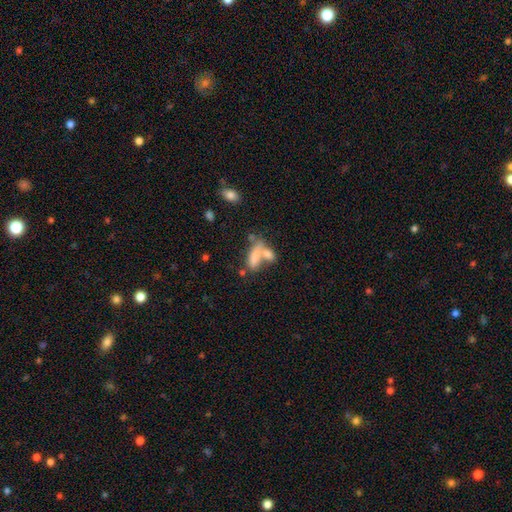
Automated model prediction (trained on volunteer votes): A smooth galaxy with no disk features (75%) that is in between round and cigar-shaped (68%).

Vote fractions:
- Smooth or featured? smooth: 75% / featured or disk: 16% / star or artifact: 9%
- How rounded? in between: 68% / cigar-shaped: 28% / round: 4%
- Merging? merger: 54% / none: 27% / minor disturbance: 10% / major disturbance: 8%